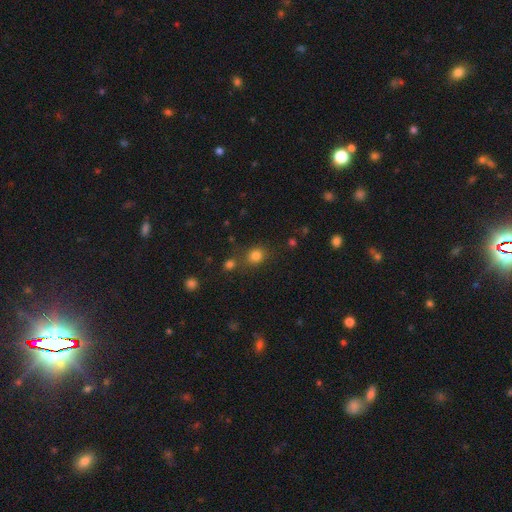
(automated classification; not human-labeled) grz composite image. It shows a smooth galaxy with no disk features (80%) that is round (76%). Merging: none (72%).